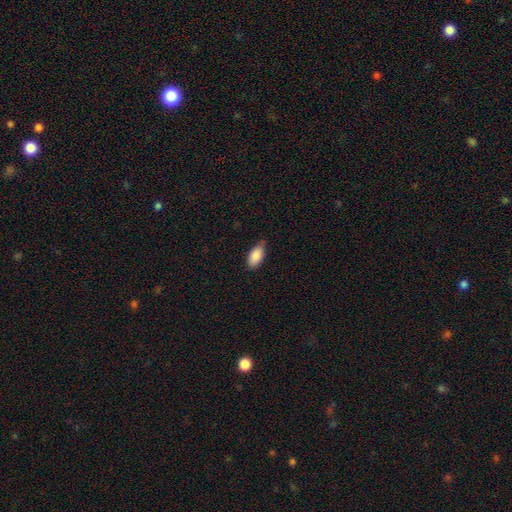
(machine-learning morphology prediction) Overall: smooth (87%). How rounded: in between (93%). Merging: none (72%).